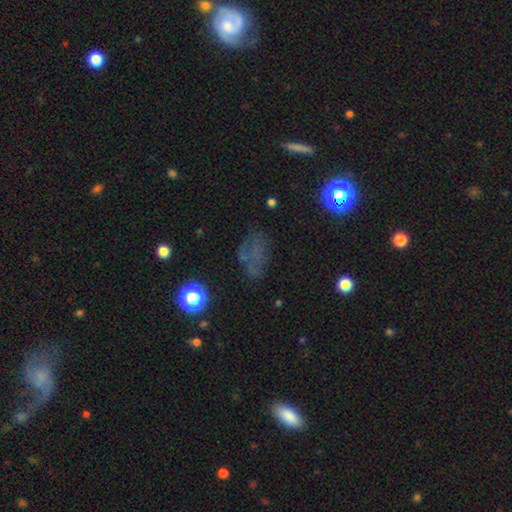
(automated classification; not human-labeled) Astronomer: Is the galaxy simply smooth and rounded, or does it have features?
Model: smooth — 47% (runner-up: star or artifact, 31%).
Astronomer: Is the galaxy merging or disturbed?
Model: none — 60%.